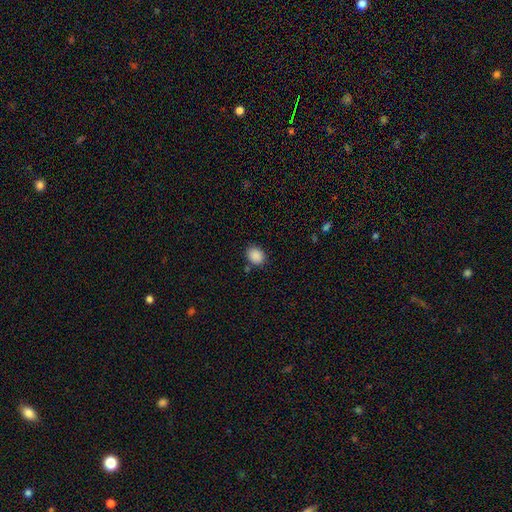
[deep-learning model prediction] This appears to be a smooth galaxy with no disk features (89%) that is in between round and cigar-shaped (53%). Merging: none (81%).